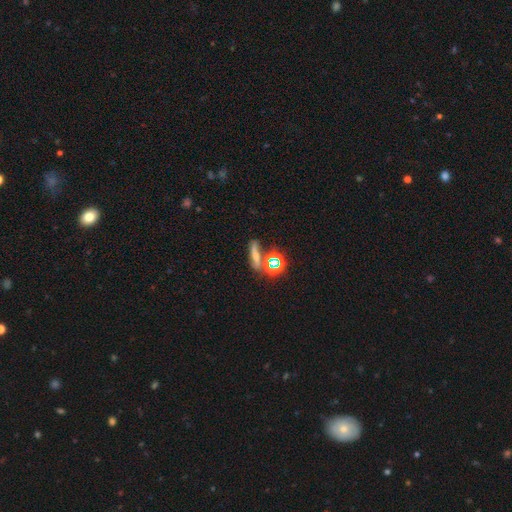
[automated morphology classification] type=smooth (42%); merging=none (58%).